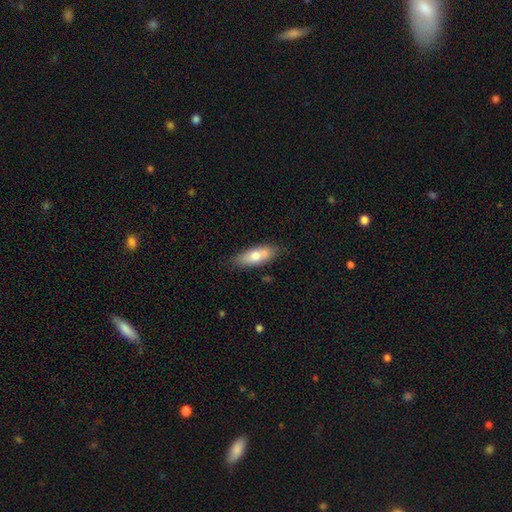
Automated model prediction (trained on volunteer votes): A smooth galaxy with no disk features (71%) that is in between round and cigar-shaped (68%).

Vote fractions:
- Smooth or featured? smooth: 71% / featured or disk: 22% / star or artifact: 6%
- How rounded? in between: 68% / cigar-shaped: 30% / round: 2%
- Merging? none: 78% / minor disturbance: 16% / major disturbance: 3% / merger: 3%